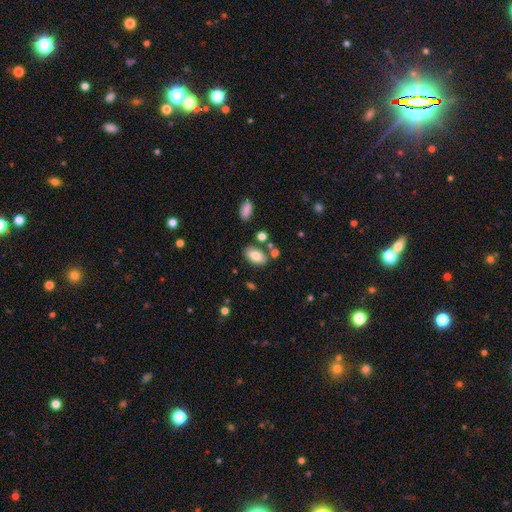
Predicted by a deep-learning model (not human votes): Overall: smooth (80%). How rounded: in between (92%). Merging: none (77%).